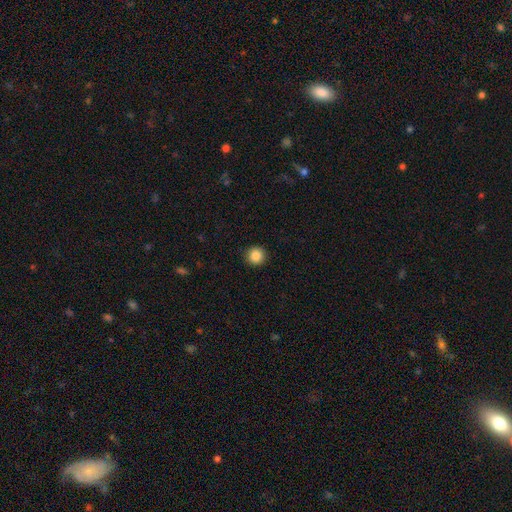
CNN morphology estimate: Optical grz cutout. It shows a smooth galaxy with no disk features (86%) that is round (95%). Merging: none (93%).